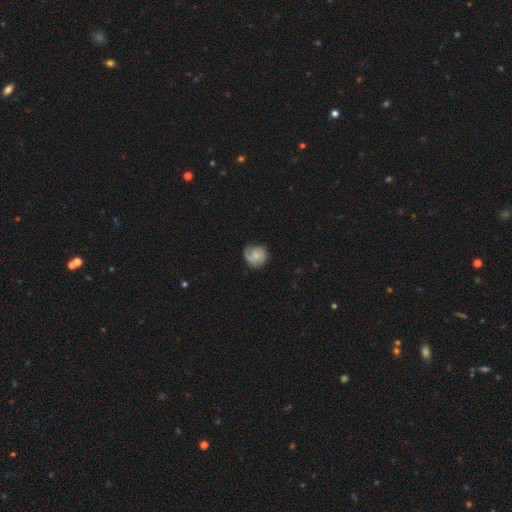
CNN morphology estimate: This is possibly a smooth galaxy (47%). Merging: likely none (67%).